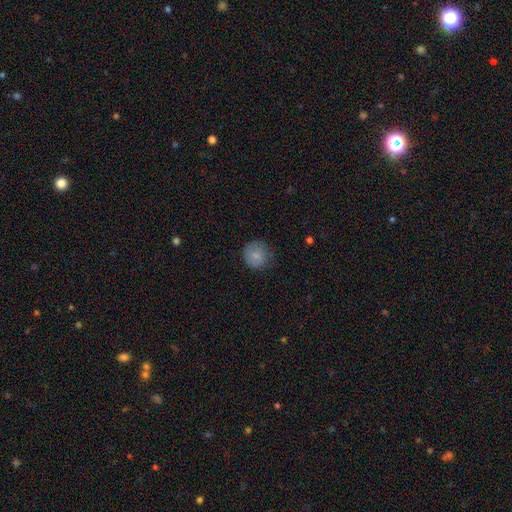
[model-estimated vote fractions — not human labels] This is clearly a smooth galaxy (83%). How rounded: clearly round (90%). Merging: likely none (73%).